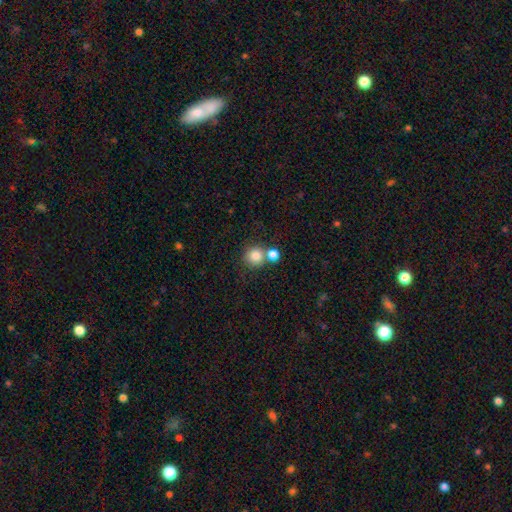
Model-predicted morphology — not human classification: This is clearly a smooth galaxy (83%). How rounded: clearly round (90%). Merging: likely none (61%).